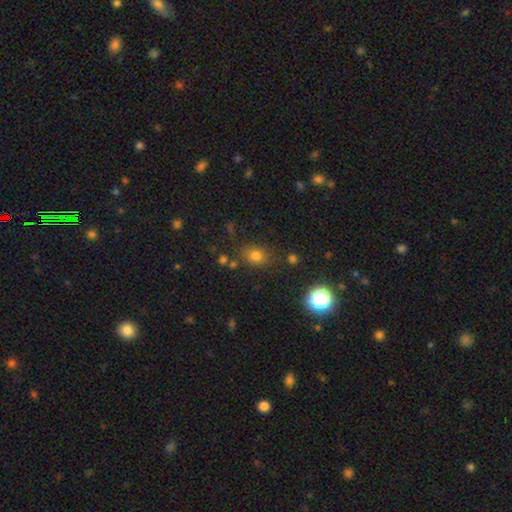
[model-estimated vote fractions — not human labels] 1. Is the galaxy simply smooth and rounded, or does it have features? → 75% smooth, 18% star or artifact, 8% featured or disk.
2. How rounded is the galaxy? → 51% round, 47% in between, 1% cigar-shaped.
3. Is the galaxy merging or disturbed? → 76% none, 14% minor disturbance, 6% merger, 5% major disturbance.